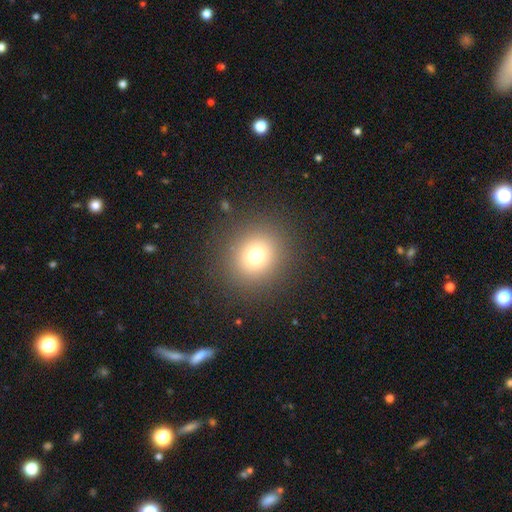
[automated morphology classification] Smooth or featured?
  - smooth: 71% *
  - star or artifact: 19%
  - featured or disk: 10%
How rounded?
  - round: 88% *
  - in between: 11%
  - cigar-shaped: 1%
Merging?
  - none: 88% *
  - minor disturbance: 6%
  - major disturbance: 4%
  - merger: 1%